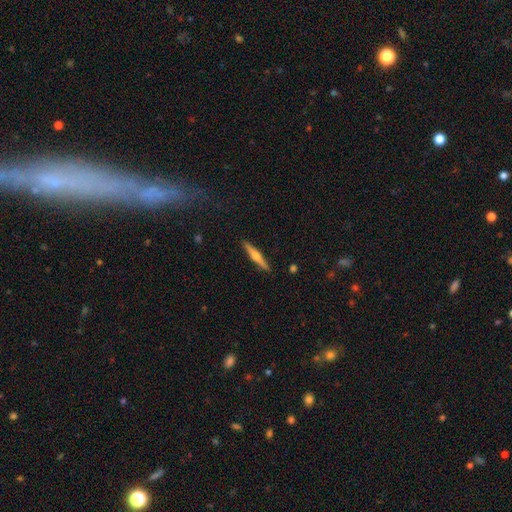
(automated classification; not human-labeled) Q: Smooth or featured?
A: featured or disk (66%); runner-up: smooth (29%)
Q: Edge-on disk?
A: yes (98%); runner-up: no (2%)
Q: Edge-on bulge?
A: rounded (88%); runner-up: boxy (6%)
Q: Merging?
A: none (91%); runner-up: minor disturbance (7%)